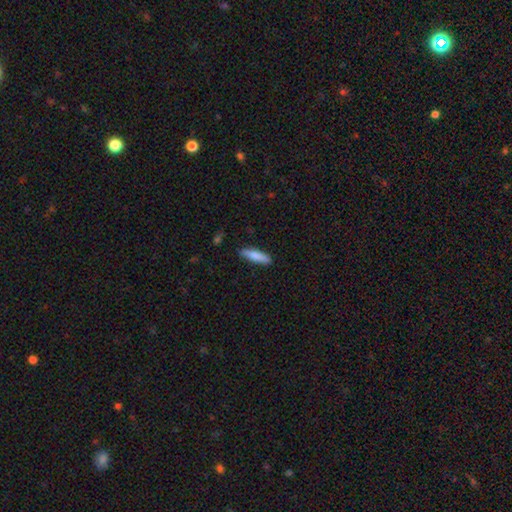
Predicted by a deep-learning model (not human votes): Smooth or featured? smooth (77%)
How rounded? cigar-shaped (75%)
Merging? none (86%)